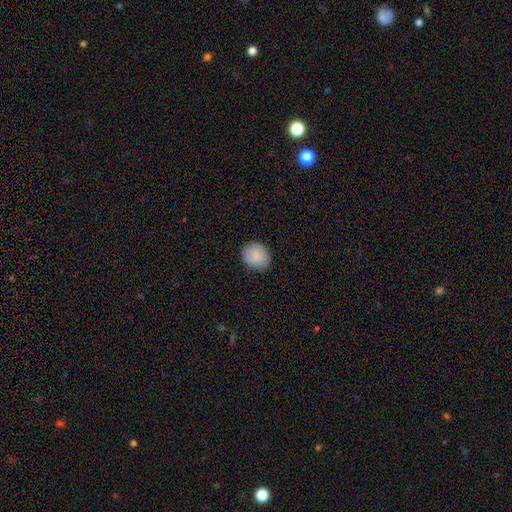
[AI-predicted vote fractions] A smooth galaxy with no disk features (89%) that is round (68%). Merging: none (86%).